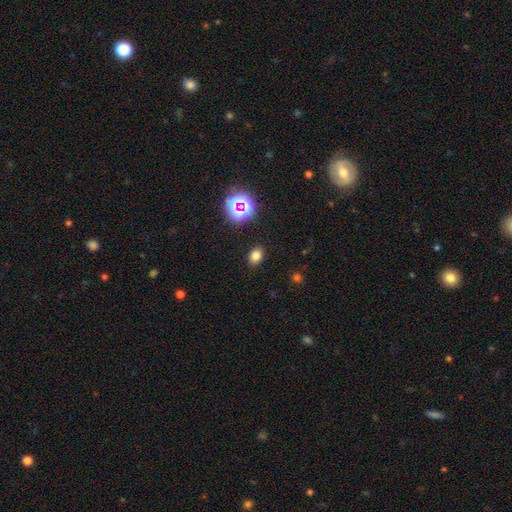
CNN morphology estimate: Q: Smooth or featured?
A: smooth (76%); runner-up: star or artifact (18%)
Q: How rounded?
A: in between (70%); runner-up: round (29%)
Q: Merging?
A: none (88%); runner-up: minor disturbance (8%)